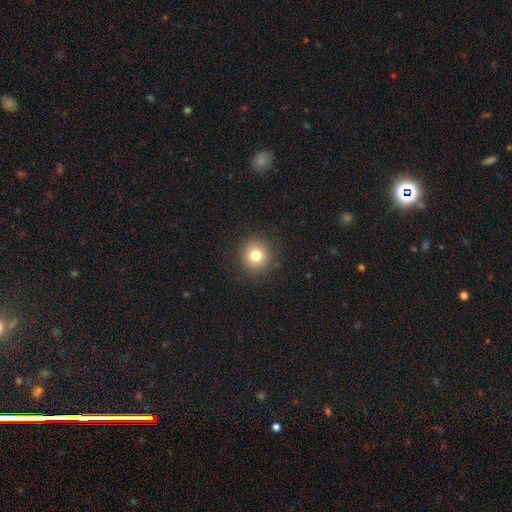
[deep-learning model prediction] smooth_or_featured: smooth (p=0.79) [alt: star or artifact p=0.12]
how_rounded: round (p=0.92) [alt: in between p=0.07]
merging: none (p=0.90) [alt: minor disturbance p=0.06]